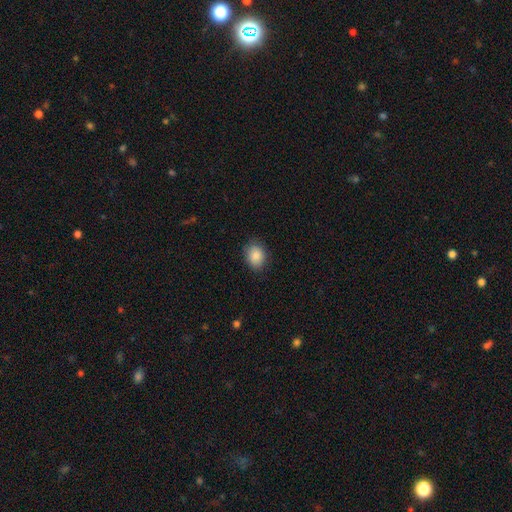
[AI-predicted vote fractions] Smooth or featured? Predicted: smooth (p=0.87). How rounded? Predicted: in between (p=0.54). Merging? Predicted: none (p=0.85).